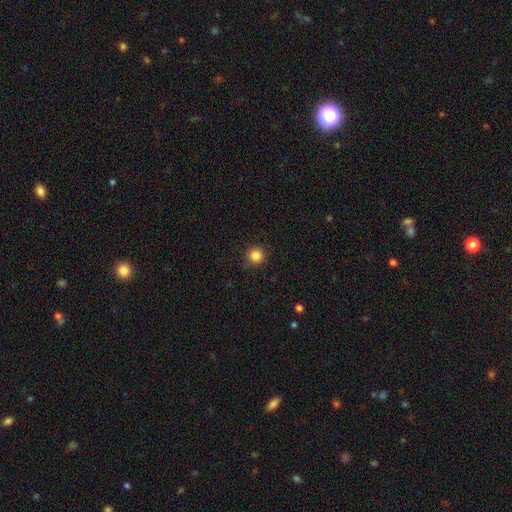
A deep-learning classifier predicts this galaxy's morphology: Smooth or featured: smooth — 85% (star or artifact — 11%)
How rounded: round — 95% (in between — 4%)
Merging: none — 89% (minor disturbance — 7%)